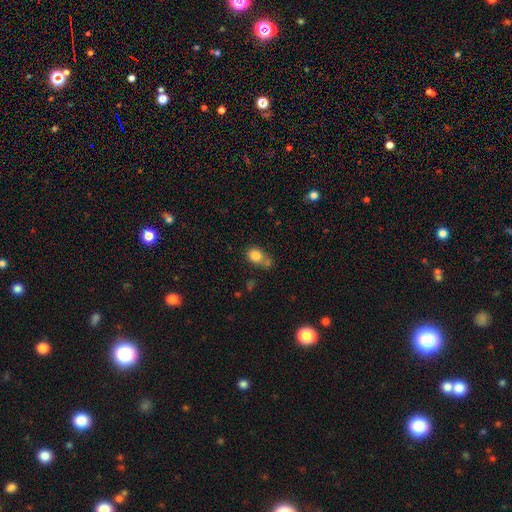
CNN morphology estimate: Smooth or featured: smooth — 82% (star or artifact — 10%)
How rounded: round — 52% (in between — 47%)
Merging: none — 48% (merger — 27%)